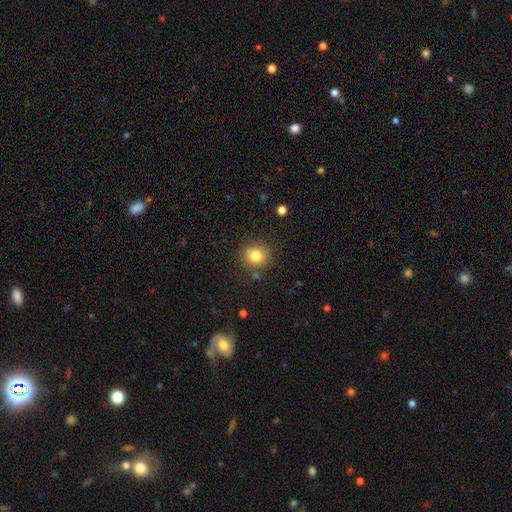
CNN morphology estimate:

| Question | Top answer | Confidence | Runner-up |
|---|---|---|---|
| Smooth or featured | smooth | 80% | star or artifact (12%) |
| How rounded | round | 87% | in between (12%) |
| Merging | none | 85% | minor disturbance (9%) |